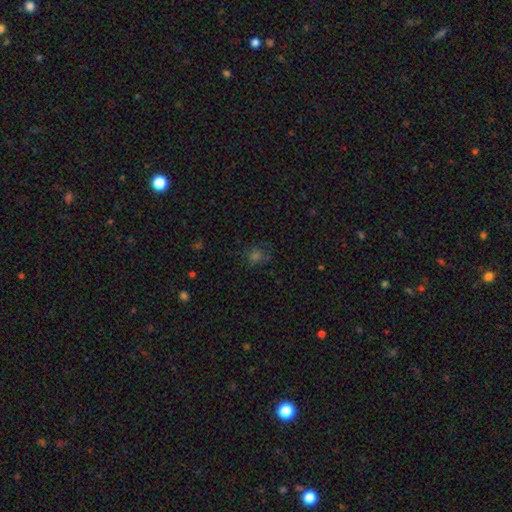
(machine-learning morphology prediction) Smooth or featured: smooth — 49% (star or artifact — 38%)
Merging: none — 71% (minor disturbance — 16%)